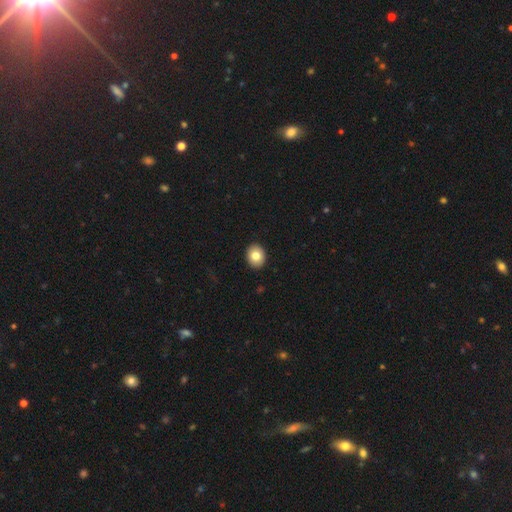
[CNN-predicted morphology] smooth_or_featured: smooth (p=0.81) [alt: featured or disk p=0.10]
how_rounded: round (p=0.55) [alt: in between p=0.45]
merging: none (p=0.92) [alt: minor disturbance p=0.06]